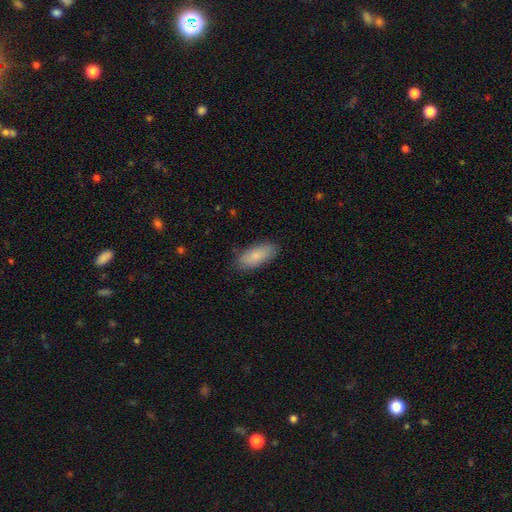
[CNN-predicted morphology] A smooth galaxy with no disk features (86%) that is in between round and cigar-shaped (83%). Merging: none (84%).